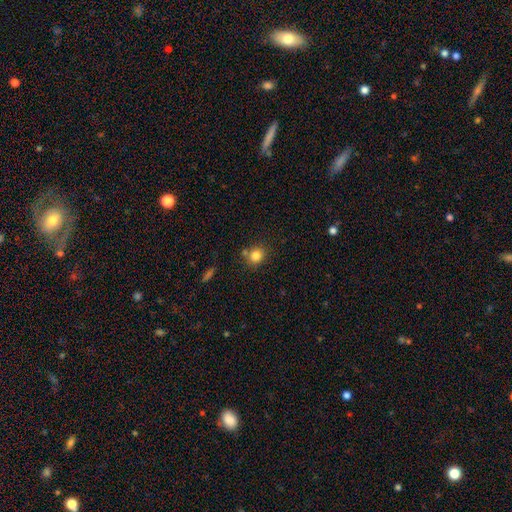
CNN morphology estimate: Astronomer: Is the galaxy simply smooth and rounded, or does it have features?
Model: smooth — 82%.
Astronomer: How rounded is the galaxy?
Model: round — 80%.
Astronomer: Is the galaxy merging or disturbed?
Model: none — 70%.